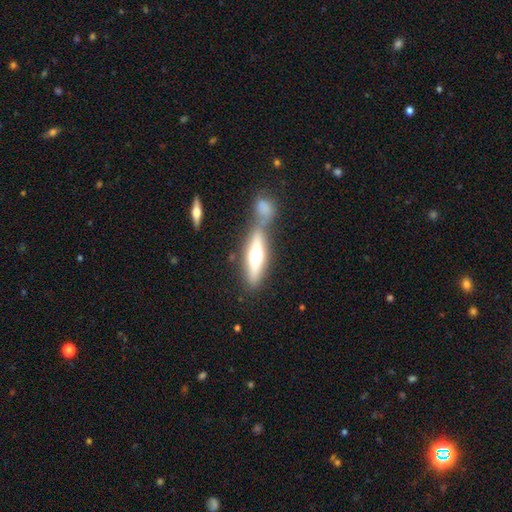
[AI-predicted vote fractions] This is possibly a featured or disk galaxy (50%). Merging: possibly none (52%).